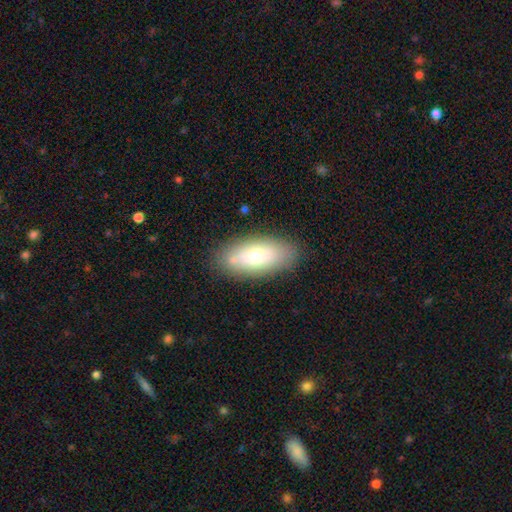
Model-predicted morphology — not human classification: Q: Smooth or featured?
A: smooth (69%); runner-up: featured or disk (23%)
Q: How rounded?
A: in between (85%); runner-up: cigar-shaped (12%)
Q: Merging?
A: none (80%); runner-up: minor disturbance (12%)